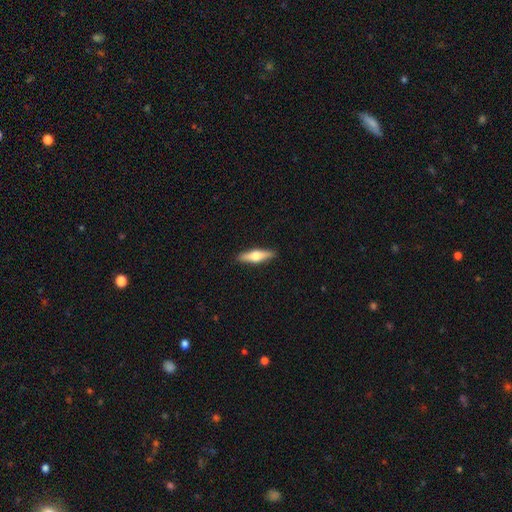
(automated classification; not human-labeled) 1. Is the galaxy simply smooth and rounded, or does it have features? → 50% featured or disk, 45% smooth, 6% star or artifact.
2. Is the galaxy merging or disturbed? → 91% none, 7% minor disturbance, 2% major disturbance, 1% merger.